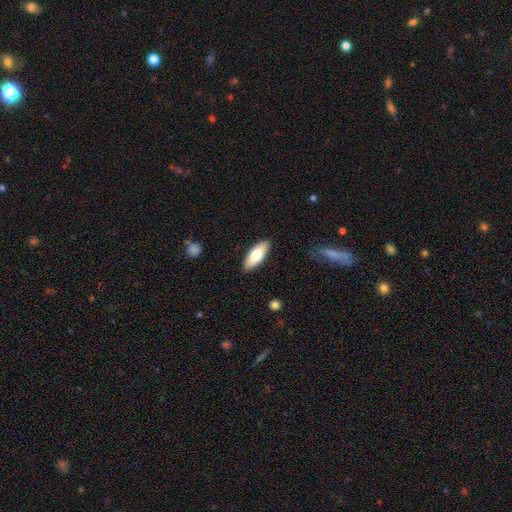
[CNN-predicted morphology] type=smooth (76%); roundness=in between (74%); merging=none (88%).